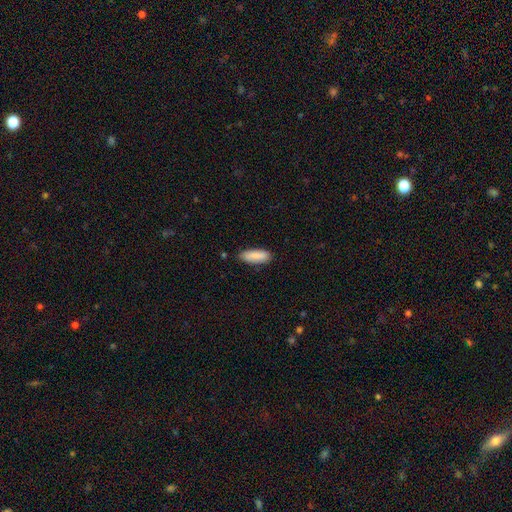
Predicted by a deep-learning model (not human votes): Overall: smooth (87%). How rounded: in between (66%; cigar-shaped 33%). Merging: none (83%).